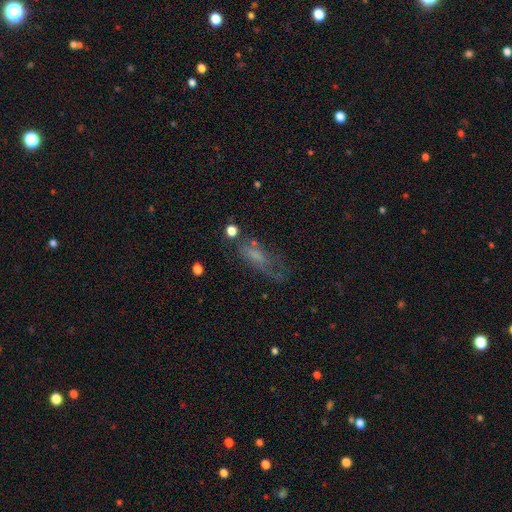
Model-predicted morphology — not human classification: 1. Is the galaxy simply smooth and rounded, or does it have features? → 45% smooth, 38% featured or disk, 17% star or artifact.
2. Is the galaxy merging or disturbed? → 44% none, 26% major disturbance, 25% minor disturbance, 5% merger.